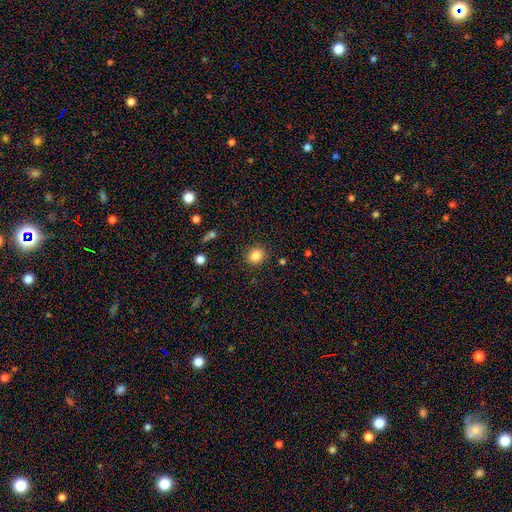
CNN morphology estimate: A smooth galaxy with no disk features (85%) that is round (77%). Merging: none (87%).